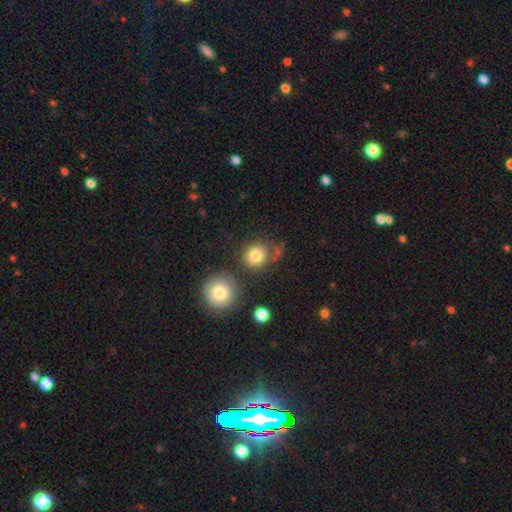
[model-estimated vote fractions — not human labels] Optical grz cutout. It shows a smooth galaxy with no disk features (83%) that is round (86%). Merging: none (71%).